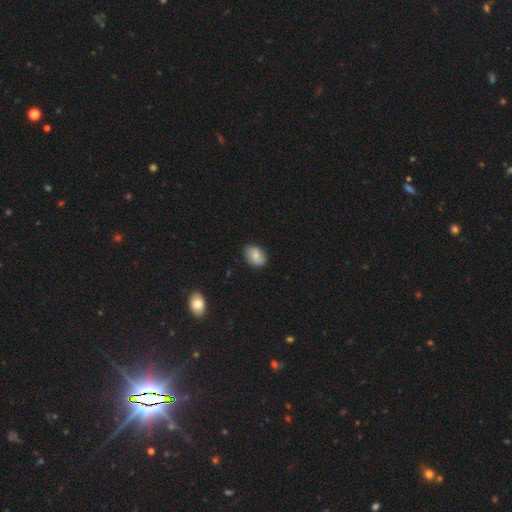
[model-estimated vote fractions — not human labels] smooth_or_featured: smooth (p=0.75) [alt: featured or disk p=0.17]
how_rounded: in between (p=0.80) [alt: round p=0.18]
merging: none (p=0.81) [alt: minor disturbance p=0.15]